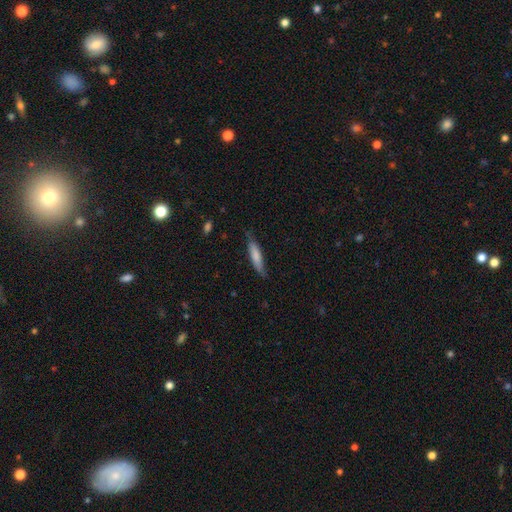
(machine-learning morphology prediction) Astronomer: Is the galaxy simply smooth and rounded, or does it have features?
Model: smooth — 72%.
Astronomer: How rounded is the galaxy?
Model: cigar-shaped — 78%.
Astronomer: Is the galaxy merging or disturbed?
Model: none — 70%.